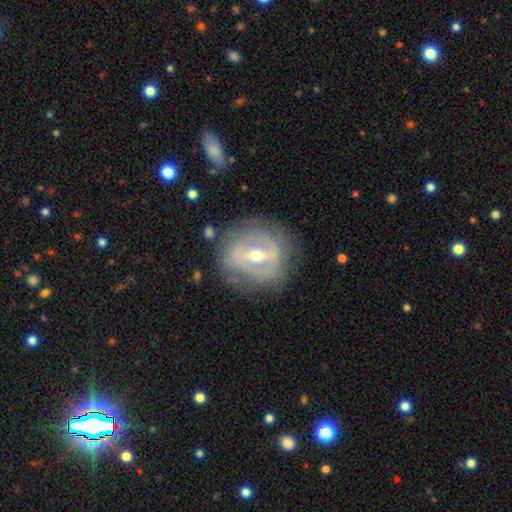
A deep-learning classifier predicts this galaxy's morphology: Smooth or featured?
  - featured or disk: 82% *
  - smooth: 12%
  - star or artifact: 6%
Edge-on disk?
  - no: 93% *
  - yes: 7%
Bar?
  - strong: 58% *
  - weak: 31%
  - no: 11%
Spiral arms?
  - yes: 67% *
  - no: 33%
Spiral winding?
  - tight: 55% *
  - medium: 31%
  - loose: 14%
Spiral arm count?
  - 2: 48% *
  - can't tell: 34%
  - 3: 8%
  - 1: 5%
  - 4: 3%
  - more than 4: 2%
Bulge size?
  - moderate: 60% *
  - small: 36%
  - large: 2%
  - none: 1%
  - dominant: 1%
Merging?
  - none: 75% *
  - minor disturbance: 16%
  - major disturbance: 7%
  - merger: 2%